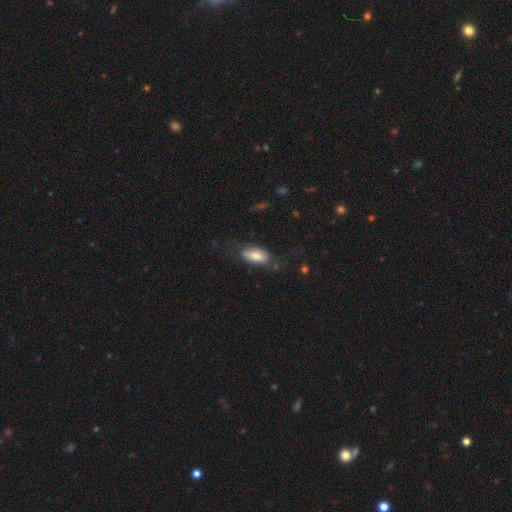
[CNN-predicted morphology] Q: Smooth or featured?
A: smooth (78%); runner-up: featured or disk (16%)
Q: How rounded?
A: in between (84%); runner-up: cigar-shaped (14%)
Q: Merging?
A: none (63%); runner-up: minor disturbance (24%)